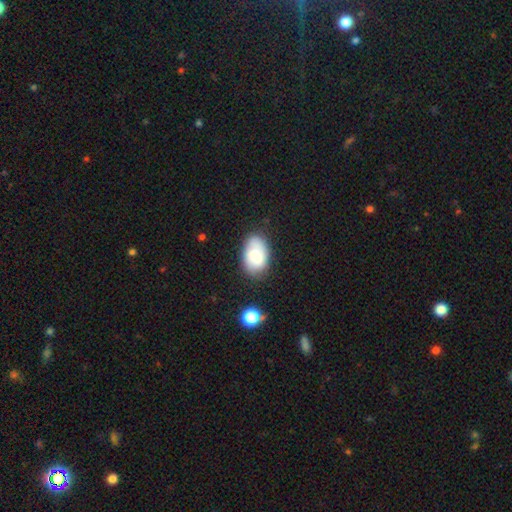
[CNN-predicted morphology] type=smooth (77%); roundness=in between (90%); merging=none (68%).